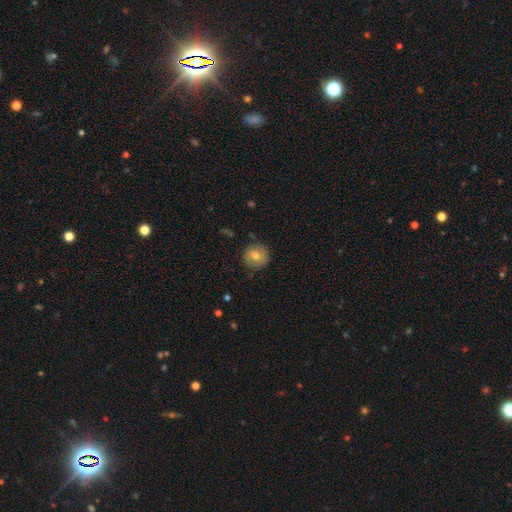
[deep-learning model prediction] smooth 73%, featured or disk 18%, star or artifact 9%. Down the decision tree: how rounded — round (90%); merging — none (84%).